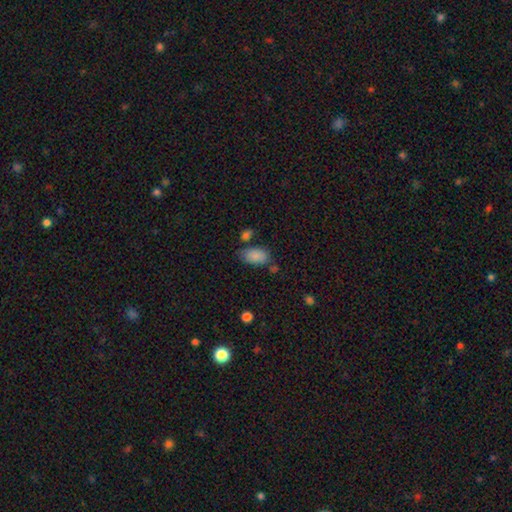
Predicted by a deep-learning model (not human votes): Smooth or featured? Predicted: smooth (p=0.87). How rounded? Predicted: in between (p=0.93). Merging? Predicted: none (p=0.65).